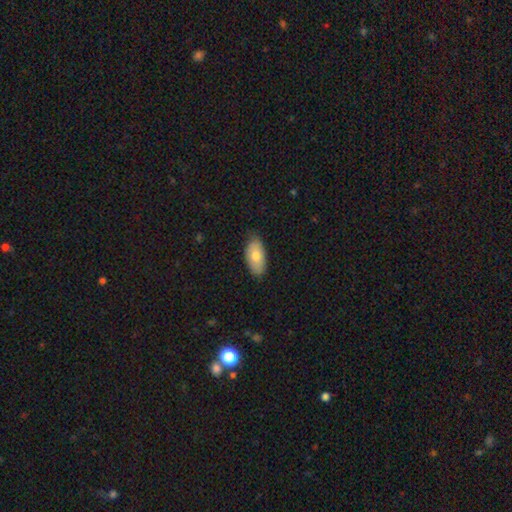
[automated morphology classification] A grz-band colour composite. It shows a smooth galaxy with no disk features (75%) that is in between round and cigar-shaped (93%). Merging: none (80%).